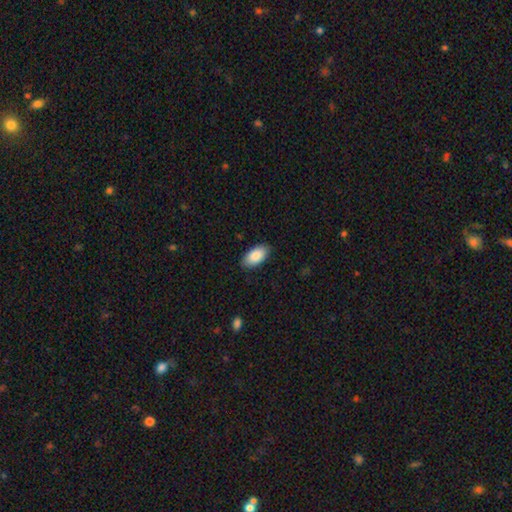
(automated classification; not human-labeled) A smooth galaxy with no disk features (87%) that is in between round and cigar-shaped (95%). Merging: none (87%).